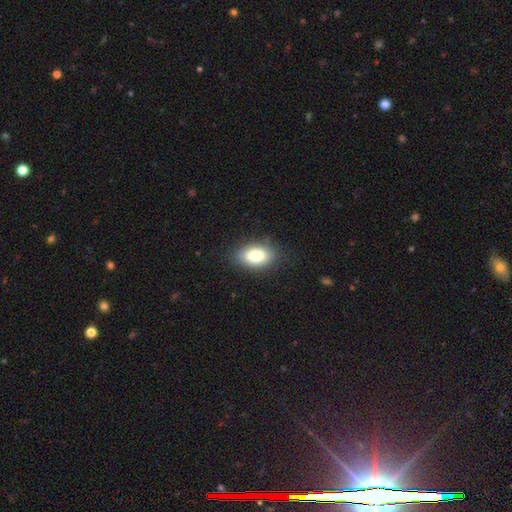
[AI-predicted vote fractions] Smooth or featured: smooth — 83% (featured or disk — 9%)
How rounded: in between — 90% (round — 8%)
Merging: none — 82% (minor disturbance — 13%)